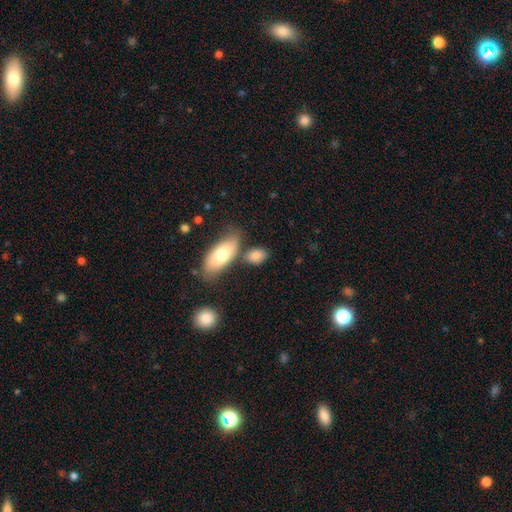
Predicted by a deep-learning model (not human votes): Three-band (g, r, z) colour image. It shows a smooth galaxy with no disk features (82%) that is in between round and cigar-shaped (82%). Merging: none (63%).